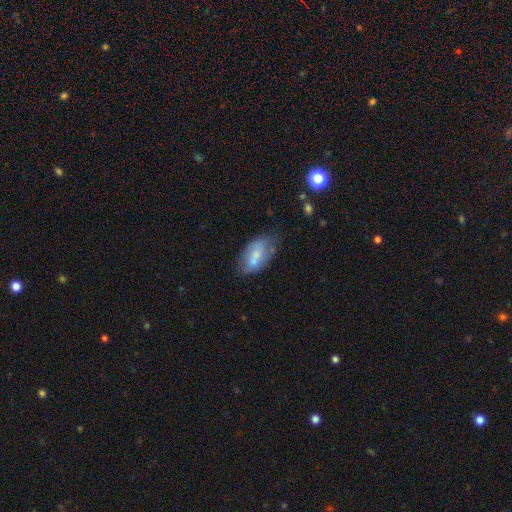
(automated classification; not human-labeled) The model was most divided on "merging": none: 53%, minor disturbance: 30%, major disturbance: 9%, merger: 8%. More confident: how rounded — in between (92%); smooth or featured — smooth (64%).